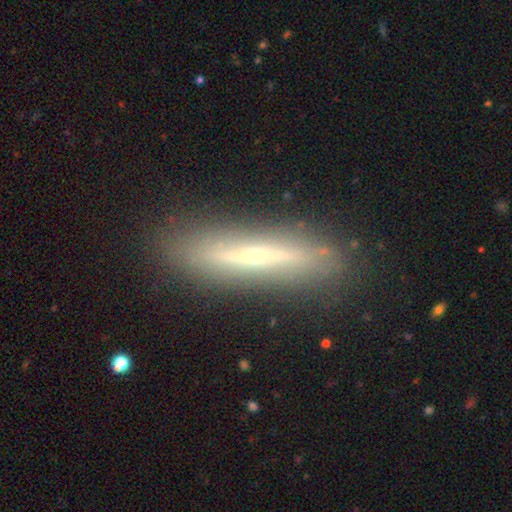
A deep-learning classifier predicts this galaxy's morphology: A featured or disk galaxy (70%) viewed edge-on (85%) with a rounded central bulge (67%). Merging: none (85%).